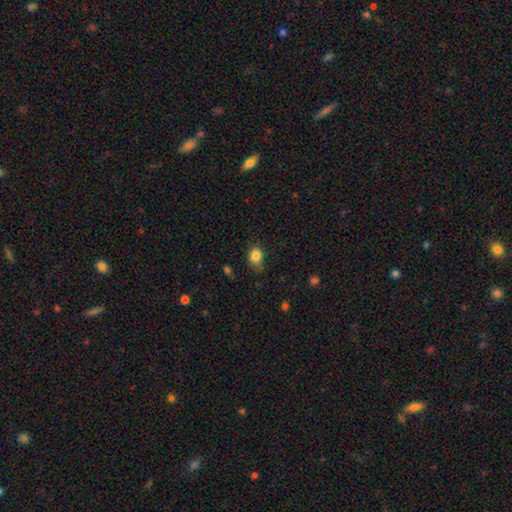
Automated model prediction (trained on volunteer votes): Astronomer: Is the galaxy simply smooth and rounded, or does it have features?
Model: smooth — 84%.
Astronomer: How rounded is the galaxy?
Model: round — 50% (runner-up: in between, 48%).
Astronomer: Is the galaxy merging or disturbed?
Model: none — 58%.